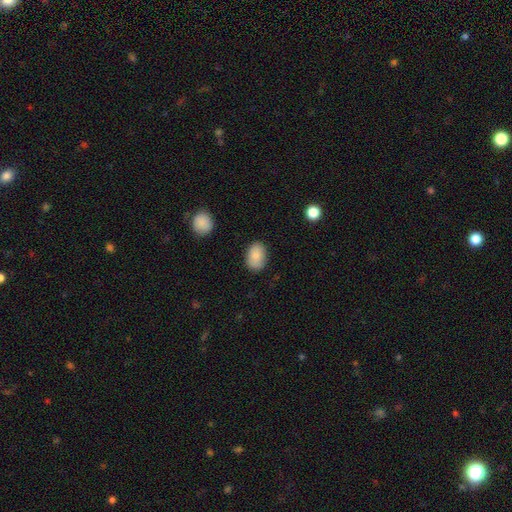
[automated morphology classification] A smooth galaxy with no disk features (87%) that is in between round and cigar-shaped (85%). Merging: none (83%).